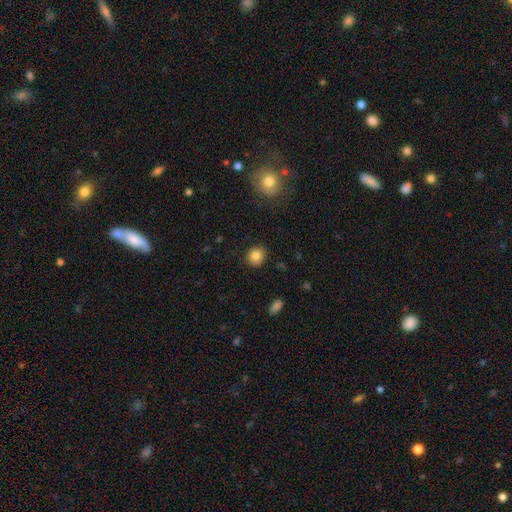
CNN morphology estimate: type=smooth (83%); roundness=round (85%); merging=none (89%).